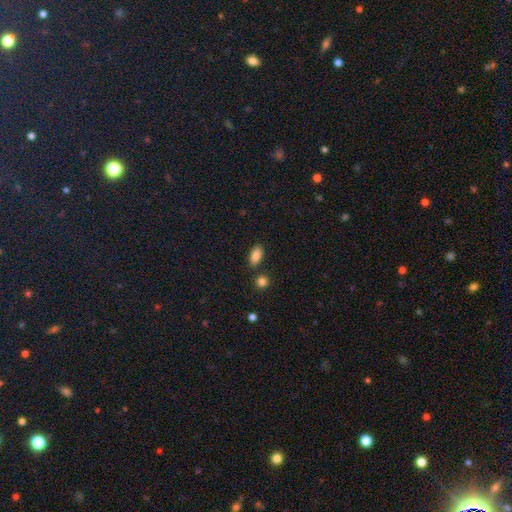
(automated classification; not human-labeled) Smooth or featured?
  - smooth: 86% *
  - star or artifact: 8%
  - featured or disk: 5%
How rounded?
  - in between: 90% *
  - round: 6%
  - cigar-shaped: 4%
Merging?
  - none: 80% *
  - minor disturbance: 11%
  - merger: 6%
  - major disturbance: 3%